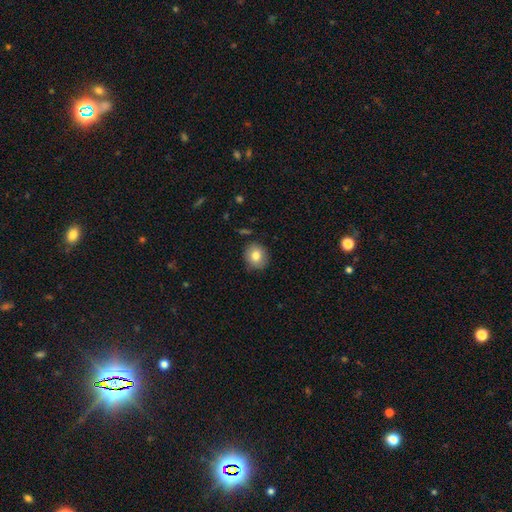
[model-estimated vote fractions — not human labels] smooth-or-featured: smooth: 81% | featured or disk: 10% | star or artifact: 9%
  how-rounded: round: 82% | in between: 17% | cigar-shaped: 1%
  merging: none: 87% | minor disturbance: 10% | major disturbance: 2% | merger: 2%